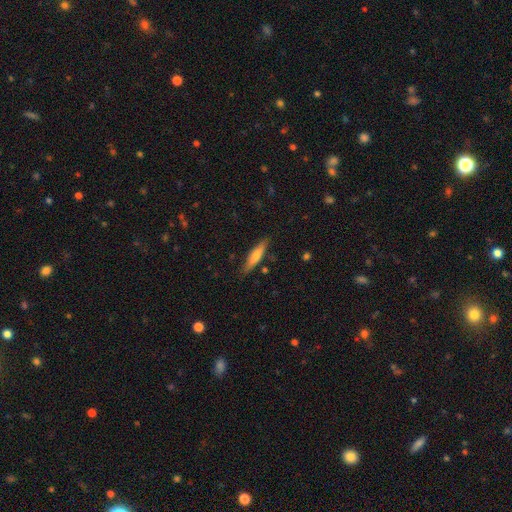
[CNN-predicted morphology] smooth_or_featured: smooth (p=0.59) [alt: featured or disk p=0.35]
how_rounded: cigar-shaped (p=0.80) [alt: in between p=0.18]
merging: none (p=0.84) [alt: minor disturbance p=0.11]